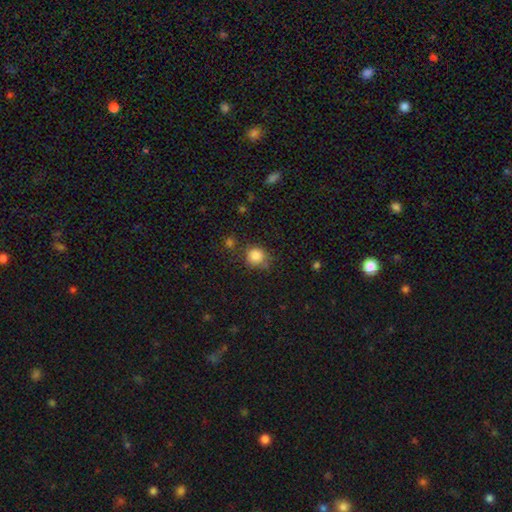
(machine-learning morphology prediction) Smooth or featured? Predicted: smooth (p=0.84). How rounded? Predicted: round (p=0.86). Merging? Predicted: none (p=0.67).